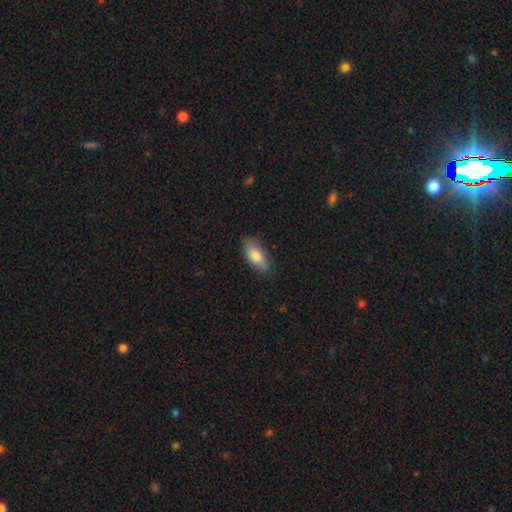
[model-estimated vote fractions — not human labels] smooth-or-featured: smooth: 79% | featured or disk: 15% | star or artifact: 6%
  how-rounded: in between: 84% | cigar-shaped: 13% | round: 2%
  merging: none: 80% | minor disturbance: 16% | major disturbance: 3% | merger: 1%